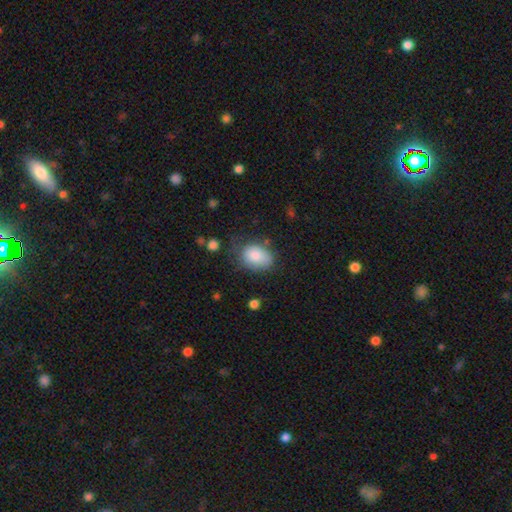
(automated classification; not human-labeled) This is clearly a smooth galaxy (83%). How rounded: likely in between (74%). Merging: possibly none (58%).